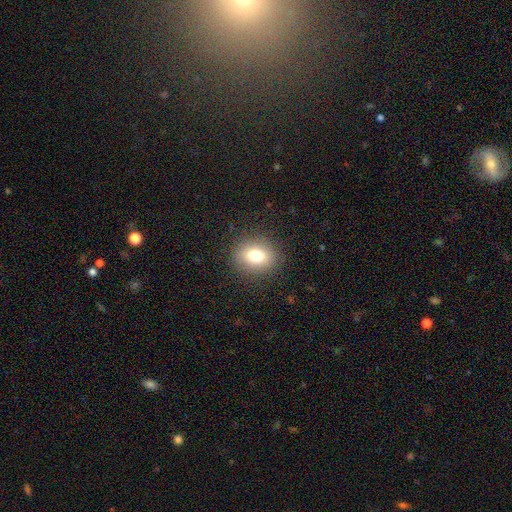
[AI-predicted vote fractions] The model was most divided on "how rounded": round: 60%, in between: 39%, cigar-shaped: 1%. More confident: merging — none (88%); smooth or featured — smooth (77%).